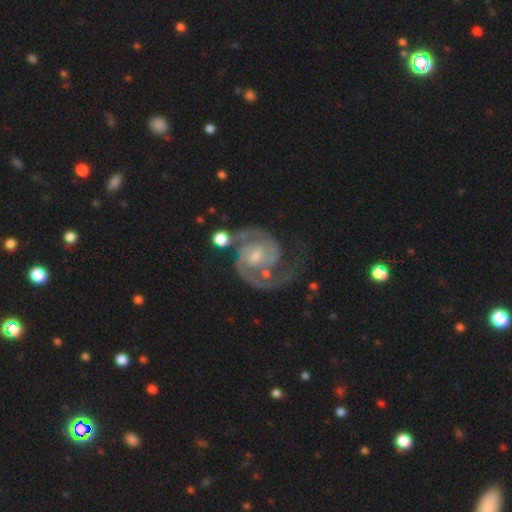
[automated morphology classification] A featured or disk galaxy (92%) with no bar (56%), 2 (91%) medium (50%) spiral arms (98%) and a small central bulge (60%). Merging: none (63%).